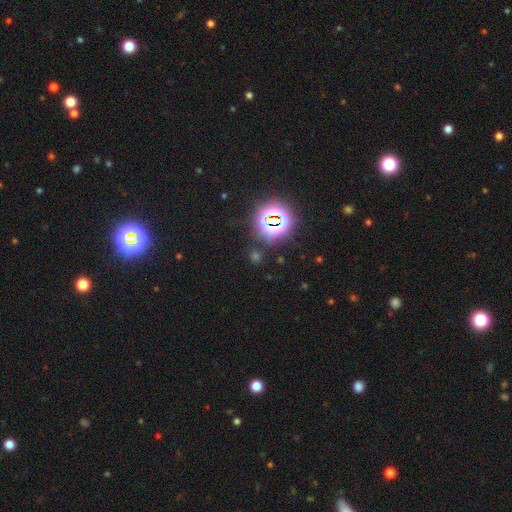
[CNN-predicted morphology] The model was most divided on "smooth or featured": star or artifact: 67%, smooth: 26%, featured or disk: 7%.